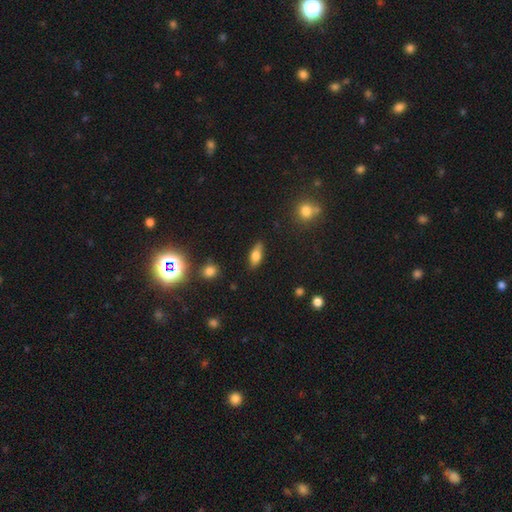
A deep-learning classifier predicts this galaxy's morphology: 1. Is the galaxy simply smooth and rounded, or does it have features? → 69% smooth, 22% featured or disk, 9% star or artifact.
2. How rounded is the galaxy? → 77% in between, 19% cigar-shaped, 4% round.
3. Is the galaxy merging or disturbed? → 82% none, 13% minor disturbance, 3% major disturbance, 2% merger.